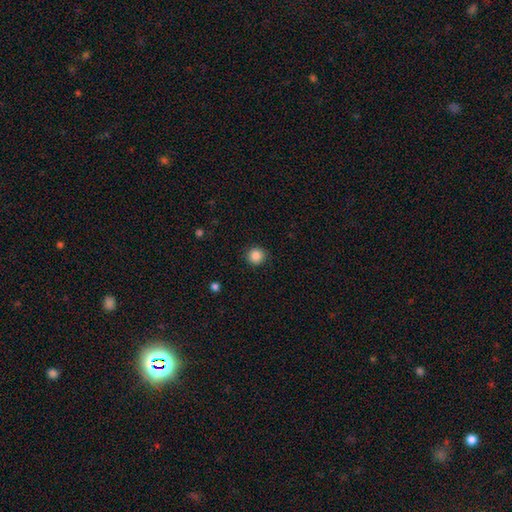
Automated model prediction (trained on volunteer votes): Smooth or featured: smooth — 86% (star or artifact — 10%)
How rounded: round — 94% (in between — 5%)
Merging: none — 90% (minor disturbance — 6%)